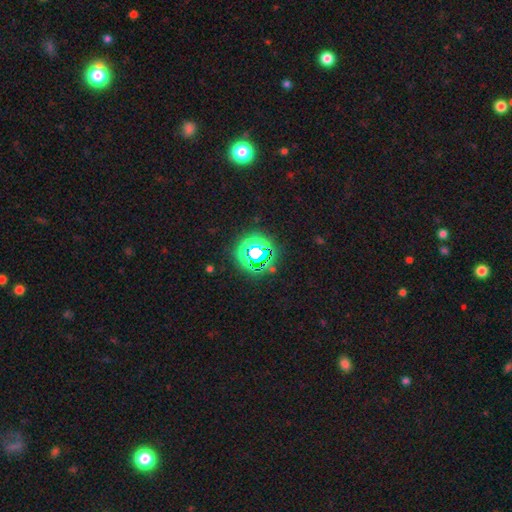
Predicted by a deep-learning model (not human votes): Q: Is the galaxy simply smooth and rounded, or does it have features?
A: star or artifact — 72%.